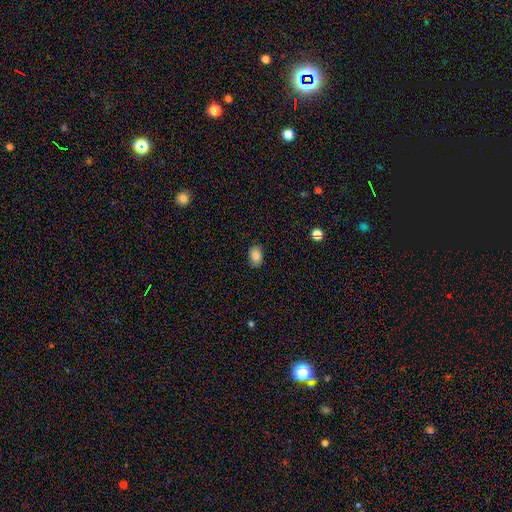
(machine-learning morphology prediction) Smooth or featured?
  - smooth: 86% *
  - star or artifact: 9%
  - featured or disk: 5%
How rounded?
  - in between: 79% *
  - round: 20%
  - cigar-shaped: 1%
Merging?
  - none: 85% *
  - minor disturbance: 11%
  - major disturbance: 2%
  - merger: 1%